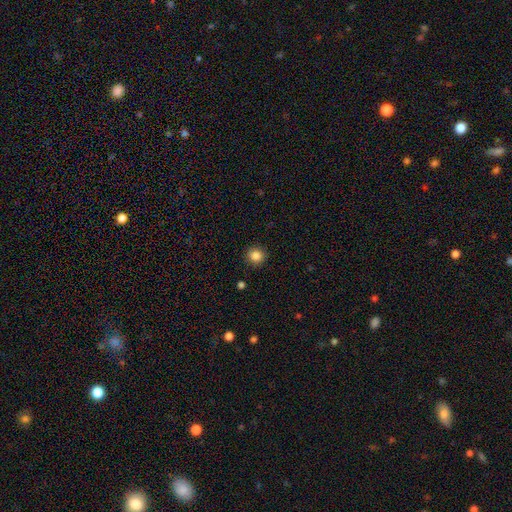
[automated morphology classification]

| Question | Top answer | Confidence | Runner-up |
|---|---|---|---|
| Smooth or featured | smooth | 86% | star or artifact (10%) |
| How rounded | round | 91% | in between (8%) |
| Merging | none | 90% | minor disturbance (7%) |